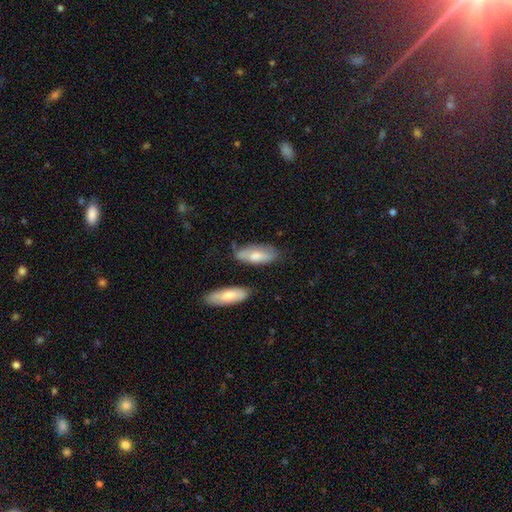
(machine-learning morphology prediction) Smooth or featured? smooth (71%)
How rounded? in between (79%)
Merging? none (62%)